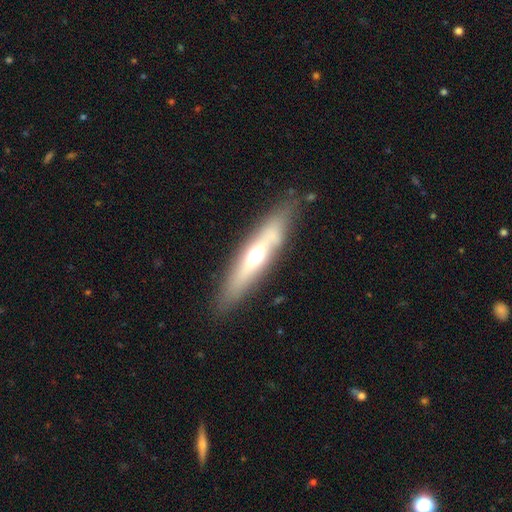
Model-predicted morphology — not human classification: Q: Smooth or featured?
A: featured or disk (53%); runner-up: smooth (41%)
Q: Edge-on disk?
A: yes (79%); runner-up: no (21%)
Q: Merging?
A: none (82%); runner-up: minor disturbance (12%)